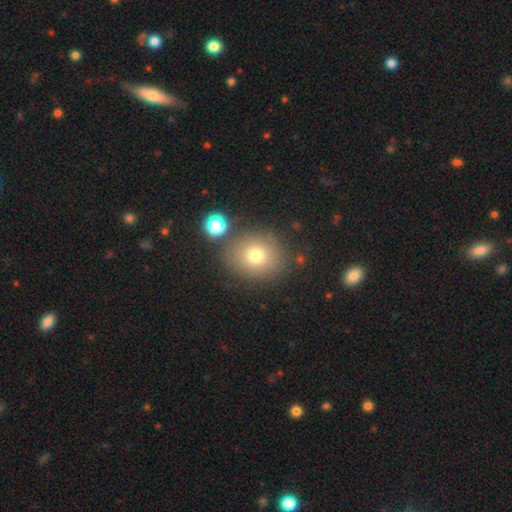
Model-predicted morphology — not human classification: A smooth galaxy with no disk features (75%) that is round (72%). Merging: none (75%).